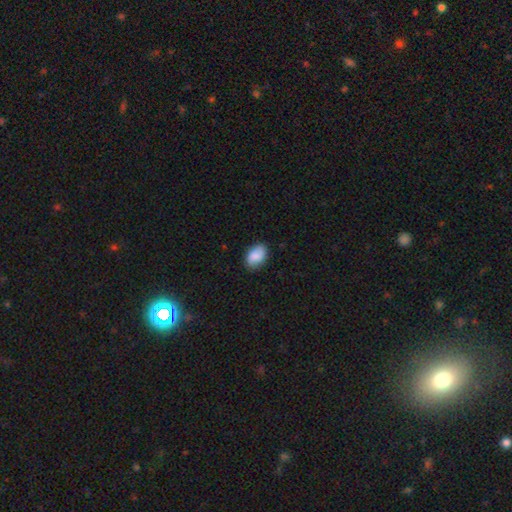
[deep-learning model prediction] A smooth galaxy with no disk features (85%) that is in between round and cigar-shaped (87%).

Vote fractions:
- Smooth or featured? smooth: 85% / featured or disk: 8% / star or artifact: 7%
- How rounded? in between: 87% / round: 12% / cigar-shaped: 1%
- Merging? none: 82% / minor disturbance: 14% / major disturbance: 3% / merger: 1%